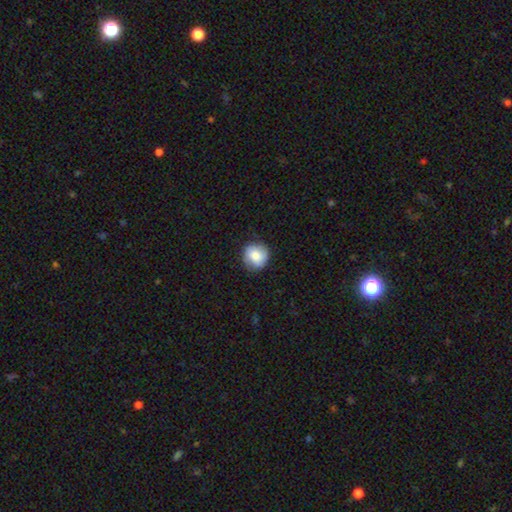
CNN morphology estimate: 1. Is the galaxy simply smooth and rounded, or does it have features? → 78% smooth, 15% featured or disk, 8% star or artifact.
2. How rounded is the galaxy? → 89% round, 10% in between, 1% cigar-shaped.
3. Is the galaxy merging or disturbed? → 81% none, 15% minor disturbance, 3% major disturbance, 1% merger.